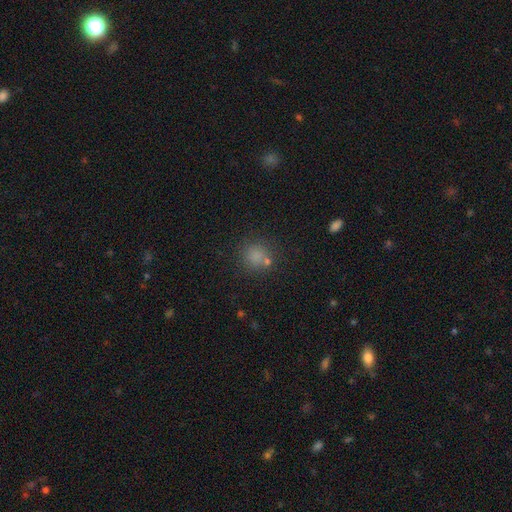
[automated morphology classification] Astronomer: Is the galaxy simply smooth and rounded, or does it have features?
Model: smooth — 71%.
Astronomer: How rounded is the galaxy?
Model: round — 87%.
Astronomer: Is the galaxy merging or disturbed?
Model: none — 73%.